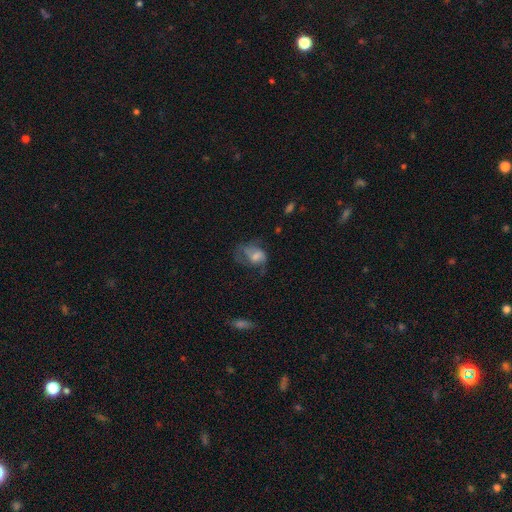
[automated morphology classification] Smooth or featured? Predicted: featured or disk (p=0.44, tied with smooth). Merging? Predicted: major disturbance (p=0.44).